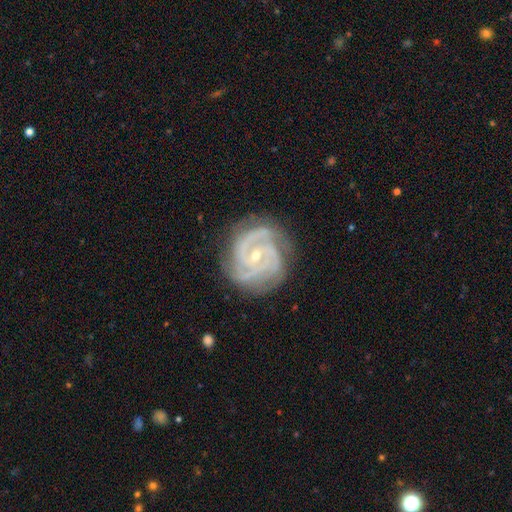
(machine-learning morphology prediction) Q: Smooth or featured?
A: featured or disk (92%); runner-up: star or artifact (5%)
Q: Edge-on disk?
A: no (98%); runner-up: yes (2%)
Q: Bar?
A: no (55%); runner-up: weak (32%)
Q: Spiral arms?
A: yes (99%); runner-up: no (1%)
Q: Spiral winding?
A: tight (68%); runner-up: medium (29%)
Q: Spiral arm count?
A: 3 (53%); runner-up: 2 (17%)
Q: Bulge size?
A: small (67%); runner-up: moderate (30%)
Q: Merging?
A: none (80%); runner-up: minor disturbance (15%)